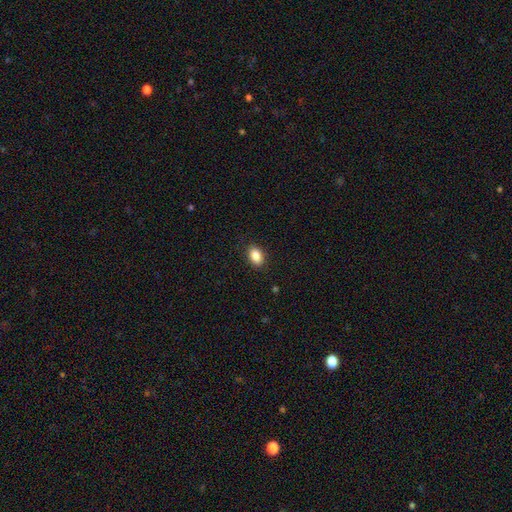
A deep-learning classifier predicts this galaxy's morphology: The model was most divided on "how rounded": in between: 85%, round: 13%, cigar-shaped: 1%. More confident: merging — none (88%); smooth or featured — smooth (87%).